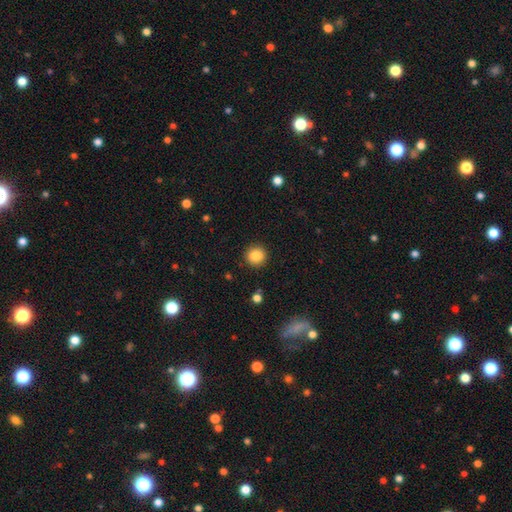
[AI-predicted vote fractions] The model was most divided on "smooth or featured": smooth: 86%, star or artifact: 10%, featured or disk: 4%. More confident: how rounded — round (92%); merging — none (91%).